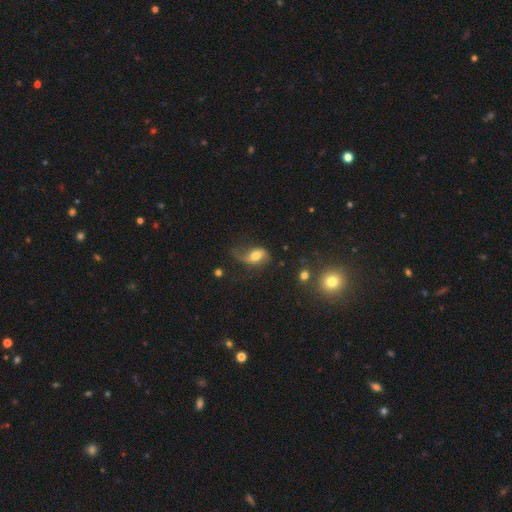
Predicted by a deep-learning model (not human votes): This appears to be a smooth galaxy with no disk features (48%). Merging: none (36%).